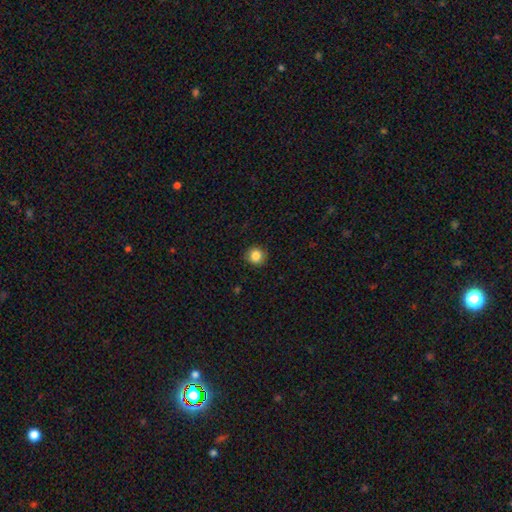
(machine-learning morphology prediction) This appears to be a smooth galaxy with no disk features (85%) that is round (92%). Merging: none (91%).